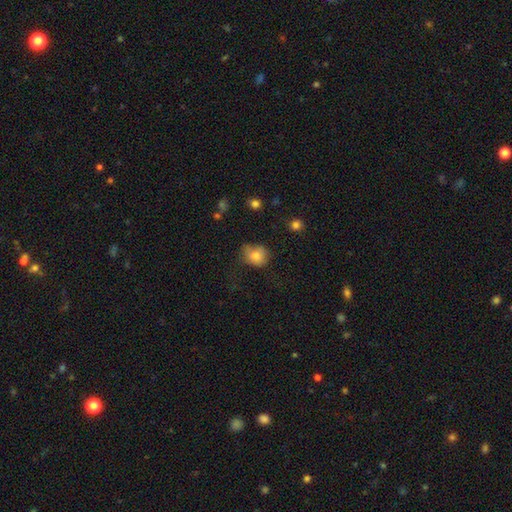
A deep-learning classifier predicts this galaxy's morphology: The model was most divided on "merging": none: 56%, minor disturbance: 31%, major disturbance: 11%, merger: 2%. More confident: smooth or featured — smooth (78%); how rounded — round (71%).